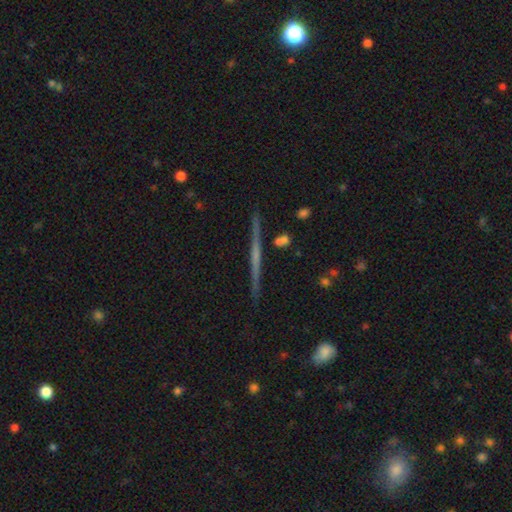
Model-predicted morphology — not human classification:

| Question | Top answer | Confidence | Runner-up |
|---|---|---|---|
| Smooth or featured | featured or disk | 71% | smooth (22%) |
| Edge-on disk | yes | 98% | no (2%) |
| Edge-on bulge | none | 64% | rounded (27%) |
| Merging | none | 91% | minor disturbance (6%) |